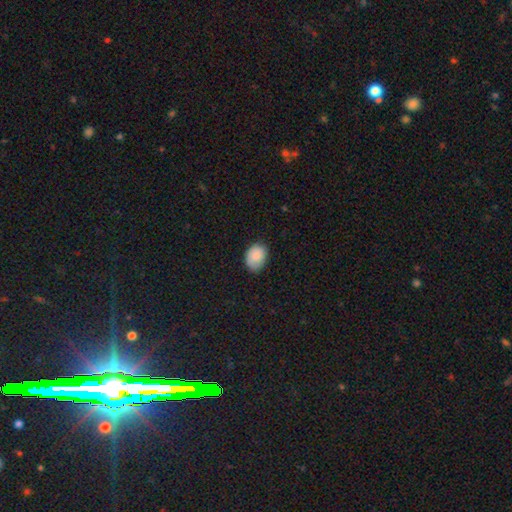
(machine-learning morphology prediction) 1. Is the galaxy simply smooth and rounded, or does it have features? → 86% smooth, 7% star or artifact, 7% featured or disk.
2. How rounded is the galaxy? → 71% in between, 28% round, 1% cigar-shaped.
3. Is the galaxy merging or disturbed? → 75% none, 21% minor disturbance, 3% major disturbance, 1% merger.